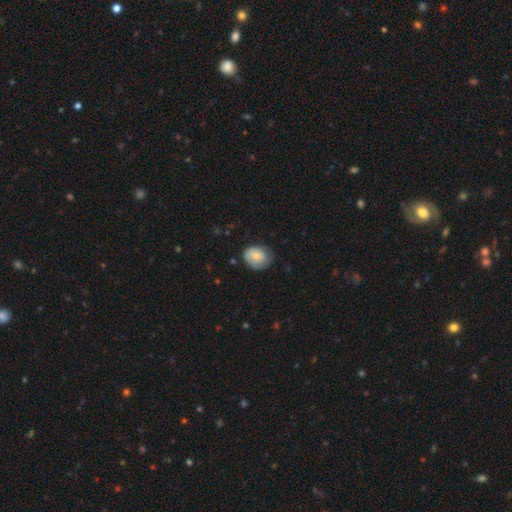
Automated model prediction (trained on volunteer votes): Smooth or featured?
  - smooth: 76% *
  - featured or disk: 17%
  - star or artifact: 7%
How rounded?
  - round: 52% *
  - in between: 47%
  - cigar-shaped: 1%
Merging?
  - none: 60% *
  - minor disturbance: 30%
  - major disturbance: 8%
  - merger: 1%